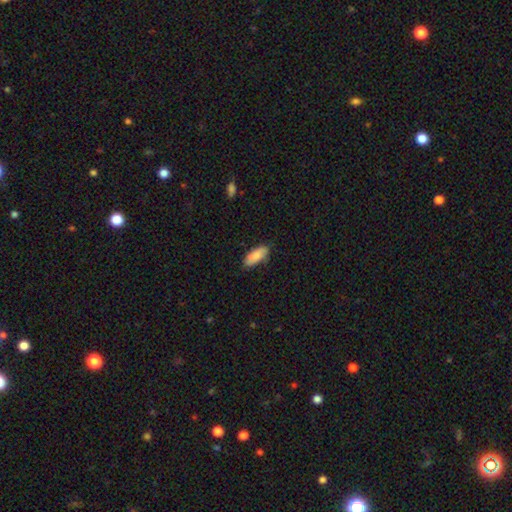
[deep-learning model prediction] smooth-or-featured: smooth: 86% | featured or disk: 8% | star or artifact: 6%
  how-rounded: in between: 79% | cigar-shaped: 20% | round: 2%
  merging: none: 78% | minor disturbance: 18% | major disturbance: 3% | merger: 1%